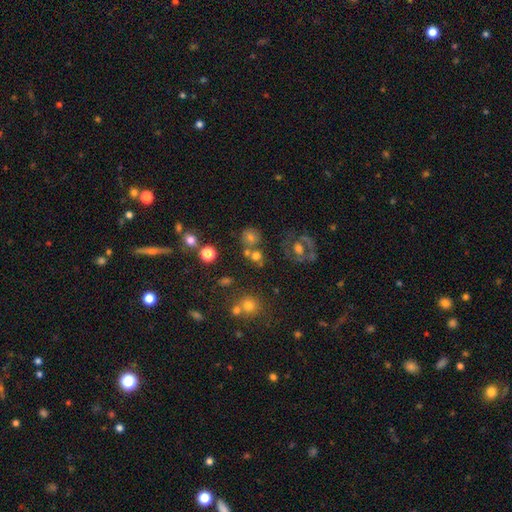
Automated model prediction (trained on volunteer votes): smooth_or_featured: smooth (p=0.57) [alt: star or artifact p=0.27]
how_rounded: round (p=0.82) [alt: in between p=0.17]
merging: none (p=0.65) [alt: merger p=0.17]